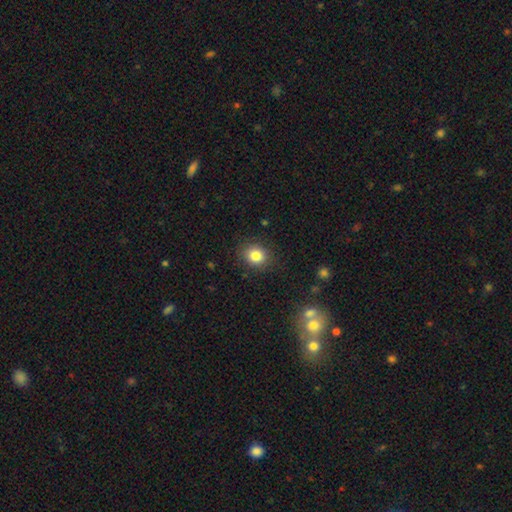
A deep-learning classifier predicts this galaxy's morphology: Smooth or featured? Predicted: smooth (p=0.83). How rounded? Predicted: round (p=0.73). Merging? Predicted: none (p=0.87).